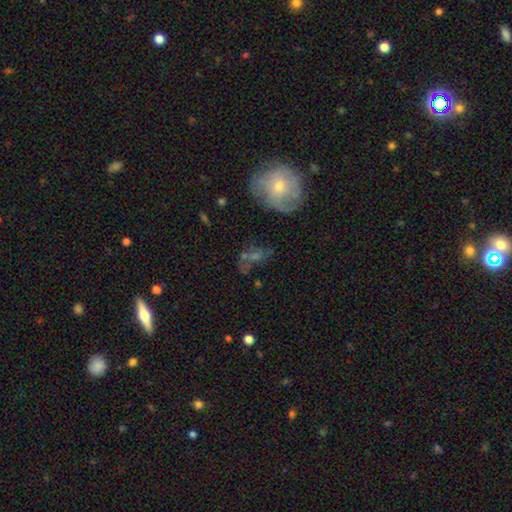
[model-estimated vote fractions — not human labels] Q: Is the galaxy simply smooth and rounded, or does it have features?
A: featured or disk — 40%.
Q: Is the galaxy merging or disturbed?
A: none — 55%.